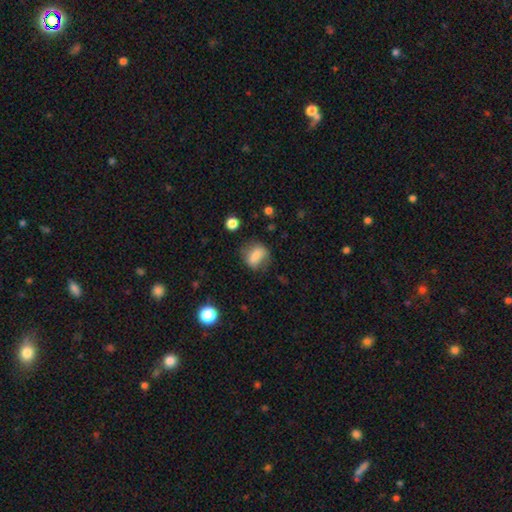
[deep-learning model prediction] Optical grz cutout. It shows a smooth galaxy with no disk features (75%) that is in between round and cigar-shaped (56%). Merging: none (66%).